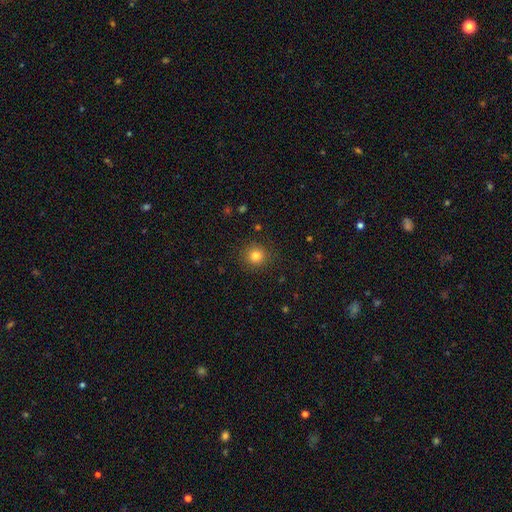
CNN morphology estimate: A smooth galaxy with no disk features (82%) that is round (92%).

Vote fractions:
- Smooth or featured? smooth: 82% / star or artifact: 12% / featured or disk: 6%
- How rounded? round: 92% / in between: 7% / cigar-shaped: 1%
- Merging? none: 90% / minor disturbance: 7% / major disturbance: 3% / merger: 1%